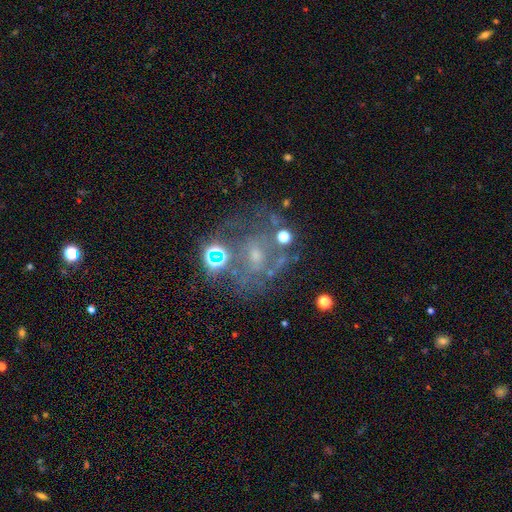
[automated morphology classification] This is likely a featured or disk galaxy (65%). It is clearly not viewed edge-on (97%). Bar: possibly no (59%). Spiral arm pattern: likely yes (66%). Central bulge: possibly small (59%). Merging: possibly none (49%).